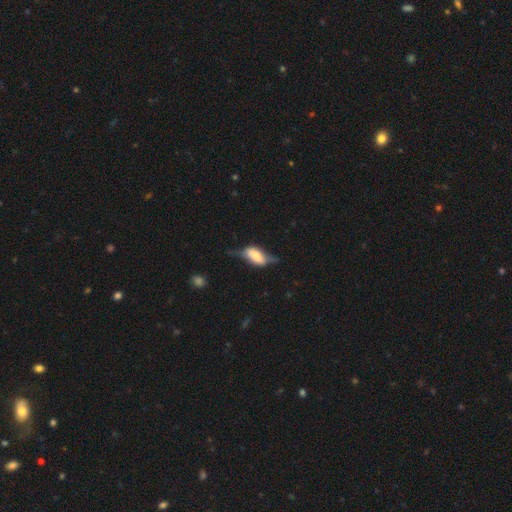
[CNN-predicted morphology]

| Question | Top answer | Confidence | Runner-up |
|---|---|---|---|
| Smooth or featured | featured or disk | 53% | smooth (40%) |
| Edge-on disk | yes | 52% | no (48%) |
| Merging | none | 40% | minor disturbance (32%) |